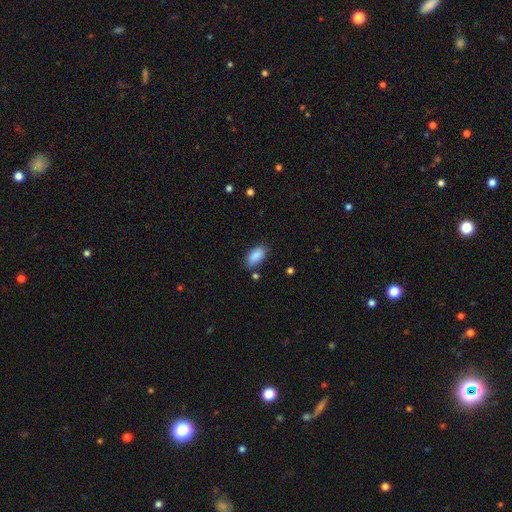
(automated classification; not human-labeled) Smooth or featured?
  - smooth: 88% *
  - star or artifact: 7%
  - featured or disk: 5%
How rounded?
  - in between: 93% *
  - cigar-shaped: 3%
  - round: 3%
Merging?
  - none: 78% *
  - minor disturbance: 15%
  - merger: 4%
  - major disturbance: 3%